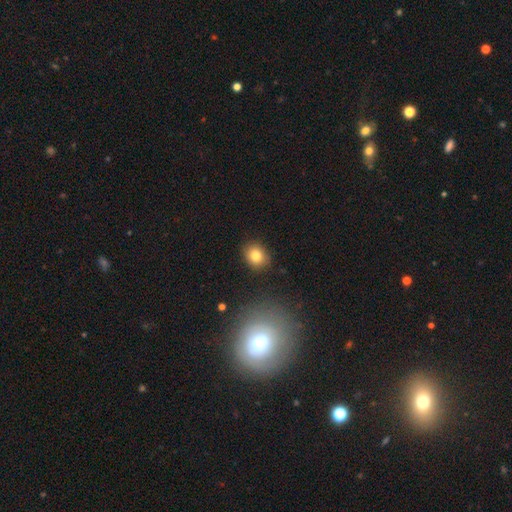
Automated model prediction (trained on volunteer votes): This is clearly a smooth galaxy (81%). How rounded: likely round (64%). Merging: clearly none (88%).